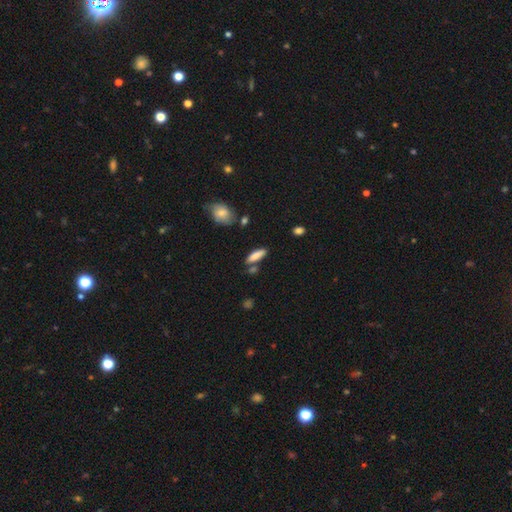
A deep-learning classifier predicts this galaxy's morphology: This appears to be a smooth galaxy with no disk features (80%) that is cigar-shaped (54%). Merging: none (71%).